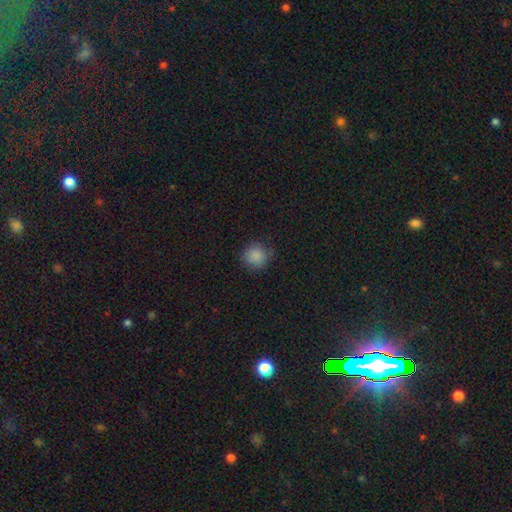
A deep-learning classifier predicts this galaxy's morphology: type=smooth (86%); roundness=round (92%); merging=none (85%).